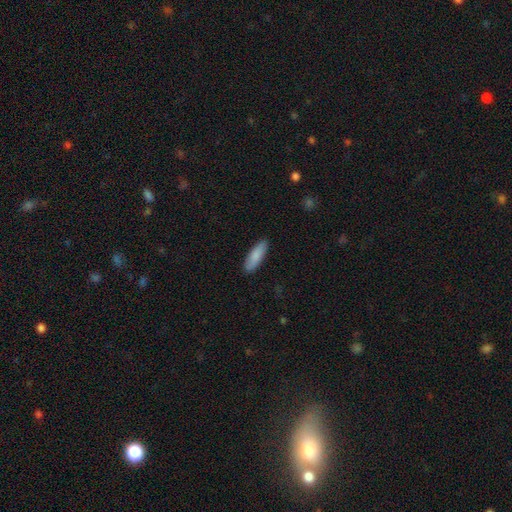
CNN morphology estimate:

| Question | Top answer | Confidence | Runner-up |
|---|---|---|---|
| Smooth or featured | smooth | 86% | featured or disk (8%) |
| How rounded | in between | 53% | cigar-shaped (45%) |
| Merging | none | 88% | minor disturbance (9%) |